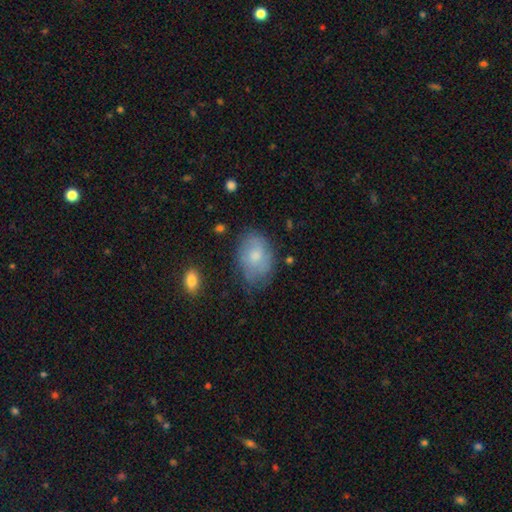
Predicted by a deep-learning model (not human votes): Smooth or featured? smooth (62%)
How rounded? in between (83%)
Merging? none (59%)